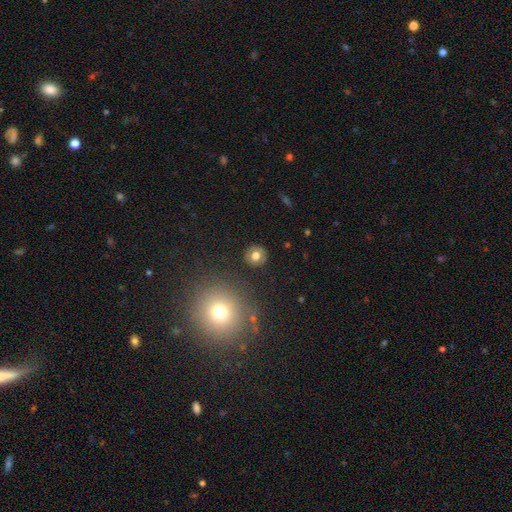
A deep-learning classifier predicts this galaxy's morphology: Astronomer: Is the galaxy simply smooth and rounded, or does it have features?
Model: smooth — 75%.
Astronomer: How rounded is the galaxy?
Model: round — 91%.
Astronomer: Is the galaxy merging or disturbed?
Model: none — 90%.